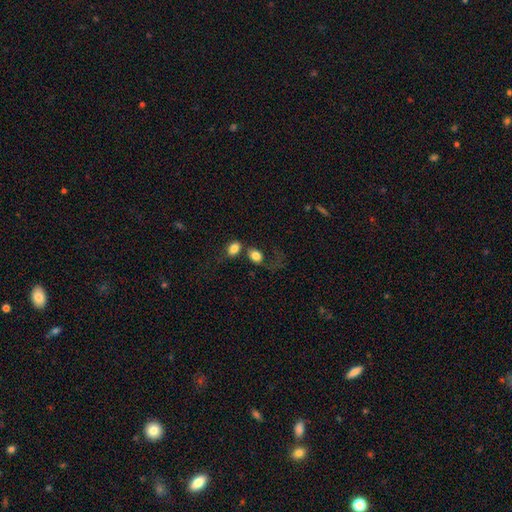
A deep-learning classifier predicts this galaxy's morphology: This appears to be a smooth galaxy with no disk features (82%) that is in between round and cigar-shaped (67%). Merging: merger (37%).